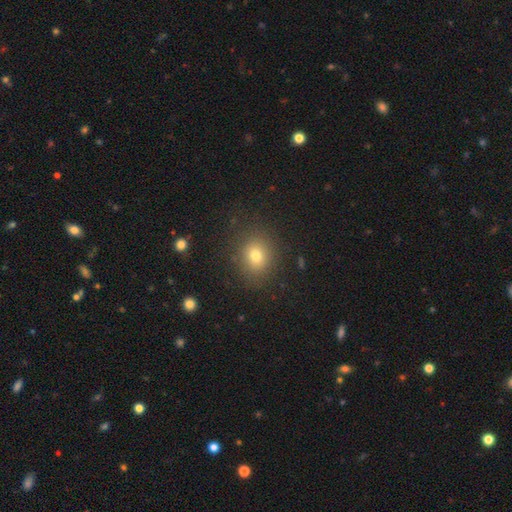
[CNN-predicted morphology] This appears to be a smooth galaxy with no disk features (75%) that is round (72%). Merging: none (86%).